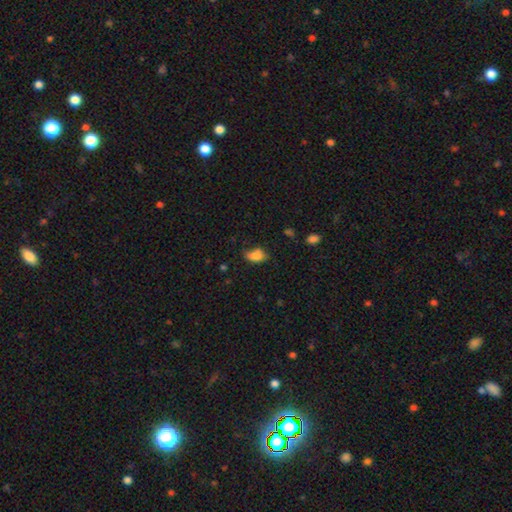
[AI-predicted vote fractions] Smooth or featured? smooth (82%)
How rounded? in between (86%)
Merging? none (60%)